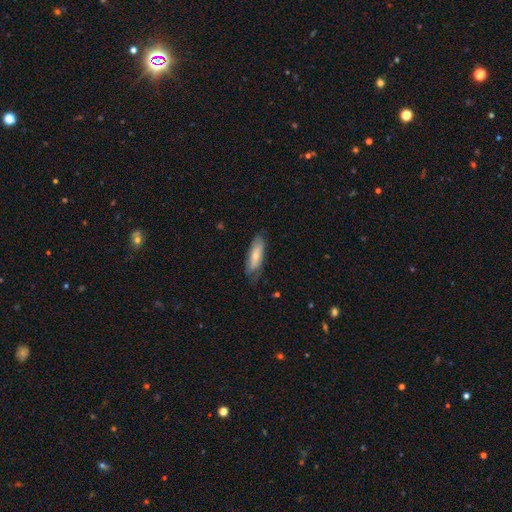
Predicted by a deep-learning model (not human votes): This is likely a smooth galaxy (71%). How rounded: possibly in between (53%). Merging: likely none (71%).